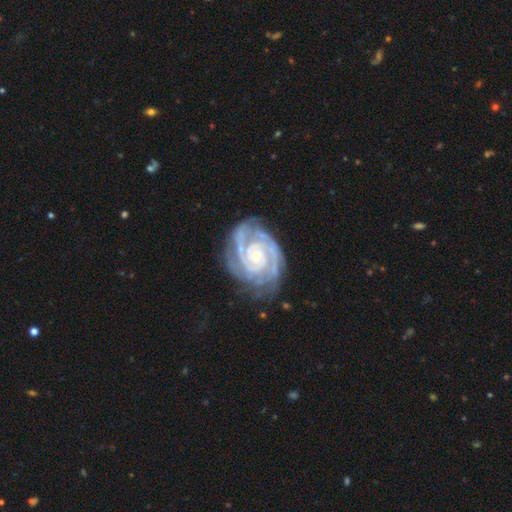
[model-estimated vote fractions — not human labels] Overall: featured or disk (92%). Edge-on disk: no (98%). Bar: no (71%). Spiral arms: yes (99%). Spiral arm count: 2 (46%; 3 24%). Spiral winding: tight (78%). Bulge size: small (75%). Merging: none (72%).